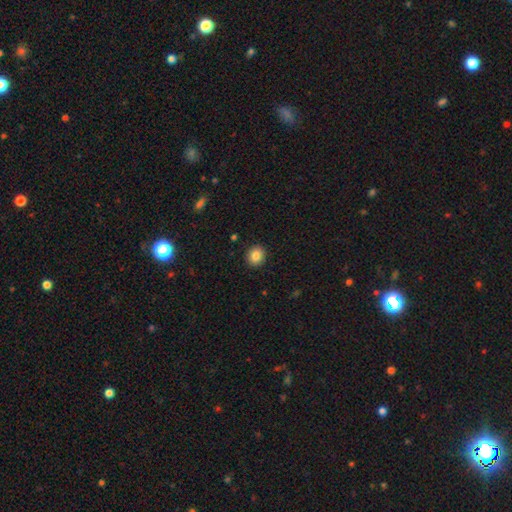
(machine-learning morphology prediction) smooth_or_featured: smooth (p=0.86) [alt: star or artifact p=0.09]
how_rounded: round (p=0.72) [alt: in between p=0.27]
merging: none (p=0.91) [alt: minor disturbance p=0.06]